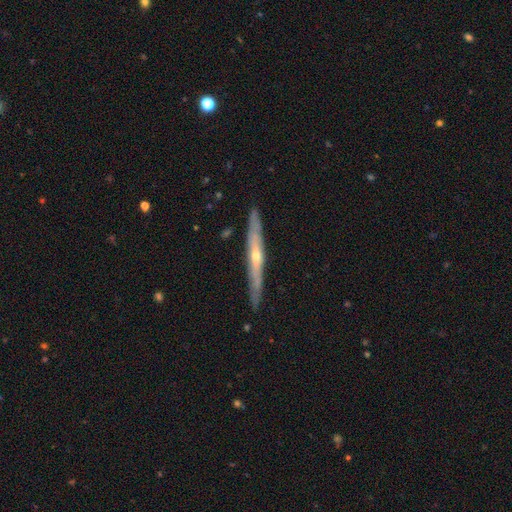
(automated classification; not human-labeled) featured or disk 73%, smooth 21%, star or artifact 6%. Down the decision tree: edge-on disk — yes (93%); edge-on bulge — rounded (71%); merging — none (88%).